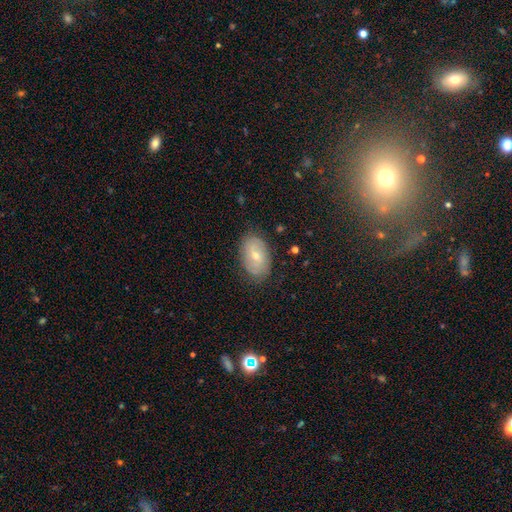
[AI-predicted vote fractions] Smooth or featured? smooth (52%)
How rounded? in between (89%)
Merging? none (80%)